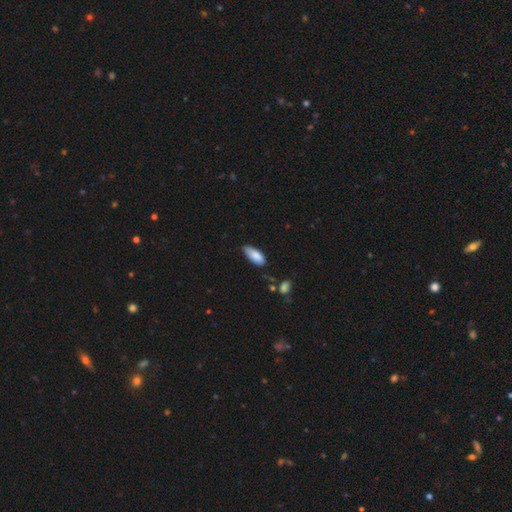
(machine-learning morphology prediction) A smooth galaxy with no disk features (86%) that is in between round and cigar-shaped (84%). Merging: none (66%).